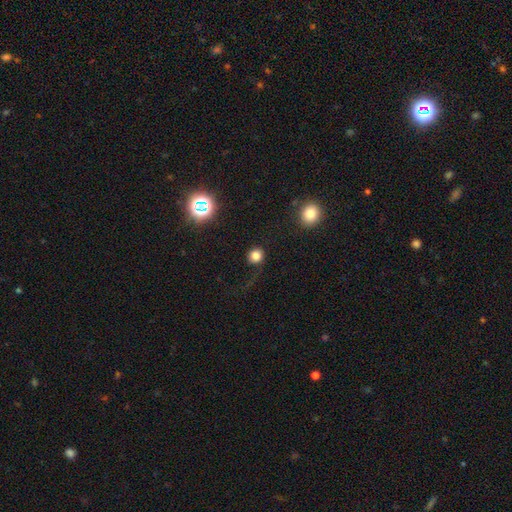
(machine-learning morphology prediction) Smooth or featured: smooth — 78% (star or artifact — 16%)
How rounded: round — 87% (in between — 12%)
Merging: none — 75% (minor disturbance — 13%)